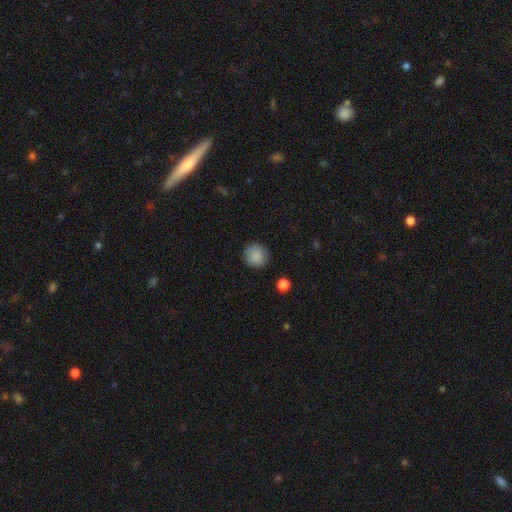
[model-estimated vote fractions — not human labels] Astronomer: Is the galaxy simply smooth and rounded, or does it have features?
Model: smooth — 88%.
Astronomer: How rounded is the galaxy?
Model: round — 91%.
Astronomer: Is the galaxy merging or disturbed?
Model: none — 89%.